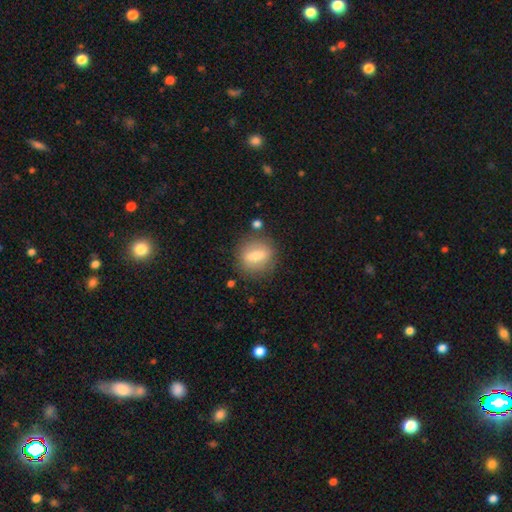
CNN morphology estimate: Overall: smooth (62%; featured or disk 30%). How rounded: round (50%; in between 39%). Merging: none (78%).